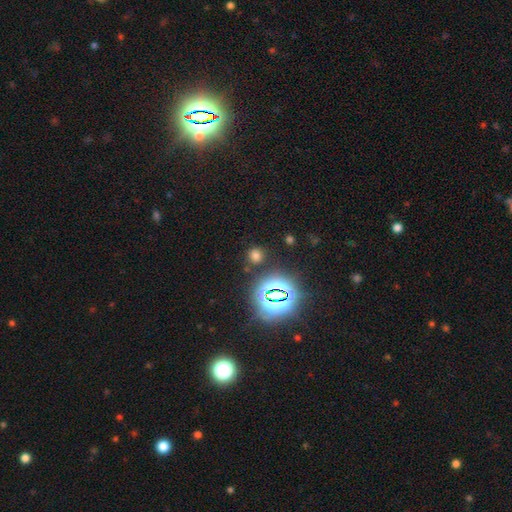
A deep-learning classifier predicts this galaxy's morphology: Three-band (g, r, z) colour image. It shows a smooth galaxy with no disk features (61%) that is round (84%). Merging: none (84%).